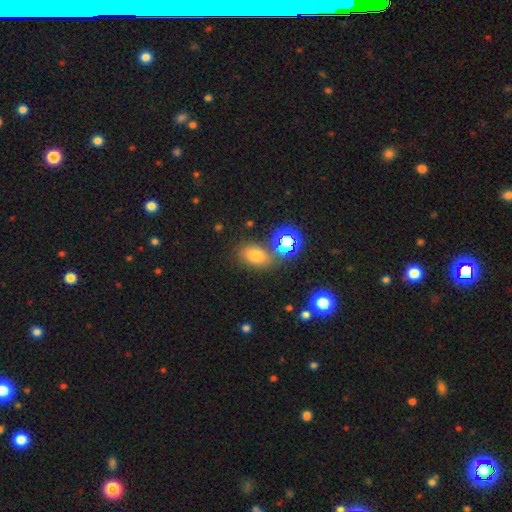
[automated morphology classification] The model was most divided on "smooth or featured": smooth: 69%, star or artifact: 21%, featured or disk: 10%. More confident: how rounded — in between (75%); merging — none (70%).